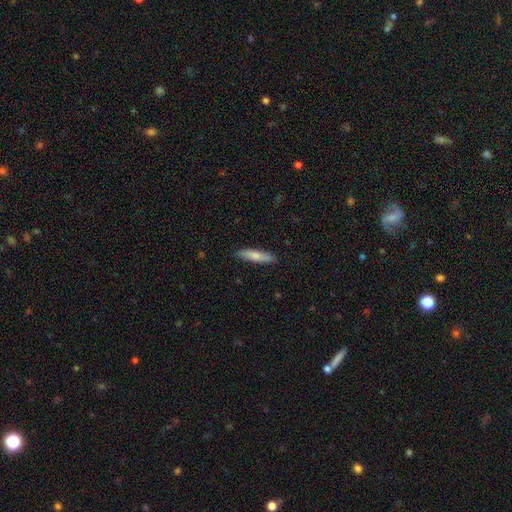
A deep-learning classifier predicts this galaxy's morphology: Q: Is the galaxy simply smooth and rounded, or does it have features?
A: smooth — 74%.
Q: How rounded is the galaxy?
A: cigar-shaped — 78%.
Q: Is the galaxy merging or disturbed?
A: none — 88%.